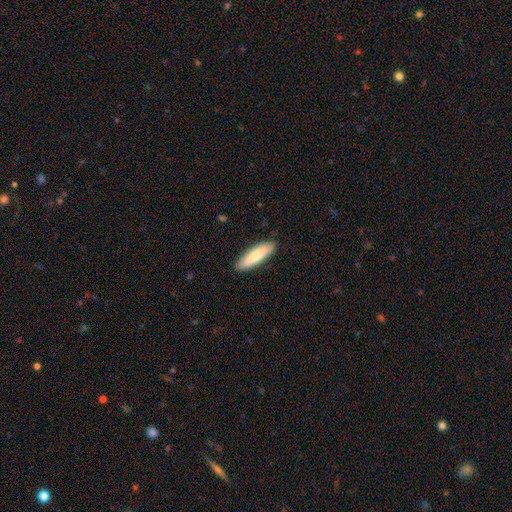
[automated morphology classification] smooth-or-featured: smooth: 79% | featured or disk: 16% | star or artifact: 5%
  how-rounded: cigar-shaped: 60% | in between: 38% | round: 1%
  merging: none: 89% | minor disturbance: 9% | major disturbance: 2% | merger: 1%